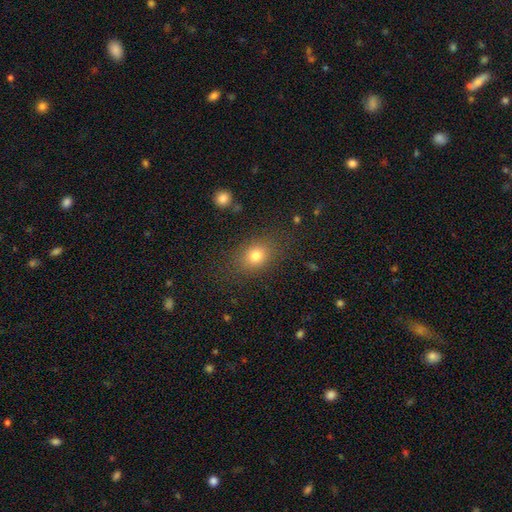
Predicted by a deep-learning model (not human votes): The model was most divided on "how rounded": in between: 60%, round: 38%, cigar-shaped: 2%. More confident: merging — none (80%); smooth or featured — smooth (79%).